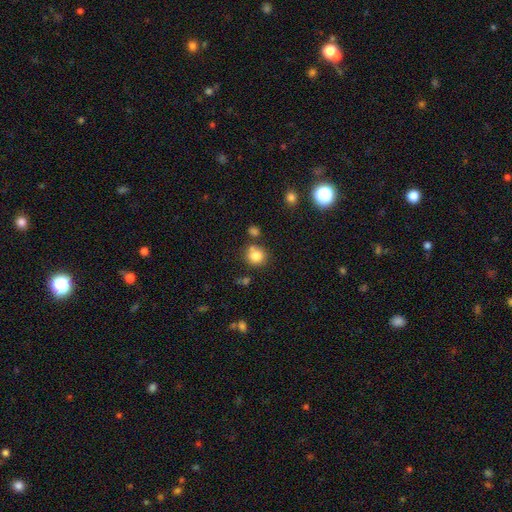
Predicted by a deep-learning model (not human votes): A smooth galaxy with no disk features (81%) that is round (86%).

Vote fractions:
- Smooth or featured? smooth: 81% / star or artifact: 11% / featured or disk: 7%
- How rounded? round: 86% / in between: 13% / cigar-shaped: 1%
- Merging? none: 68% / merger: 17% / minor disturbance: 12% / major disturbance: 4%